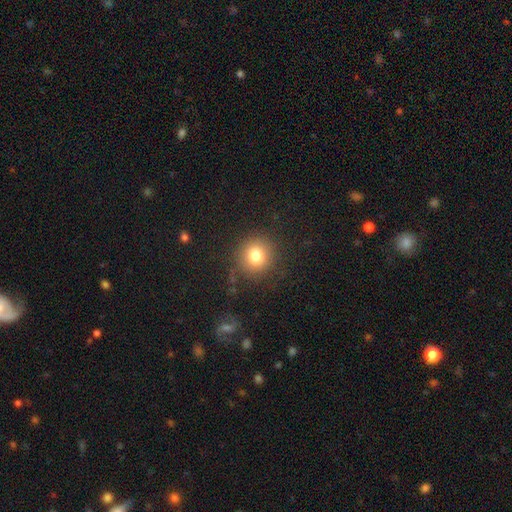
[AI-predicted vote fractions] smooth 79%, star or artifact 12%, featured or disk 8%. Down the decision tree: how rounded — round (89%); merging — none (86%).